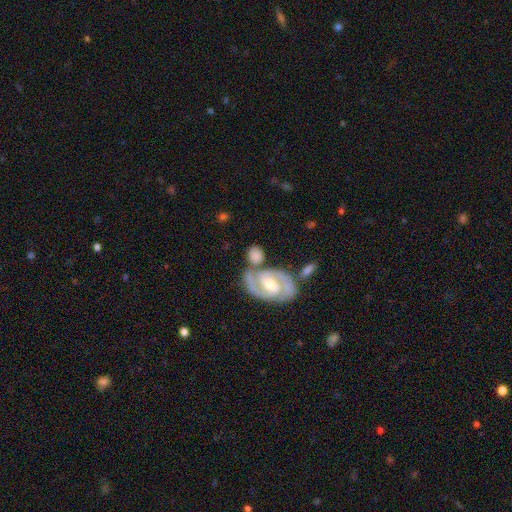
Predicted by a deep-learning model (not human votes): Morphology: type=featured or disk (53%); edge-on=no (95%); bar=weak (46%); spiral arms=yes (88%); bulge=moderate (63%); merging=none (55%).